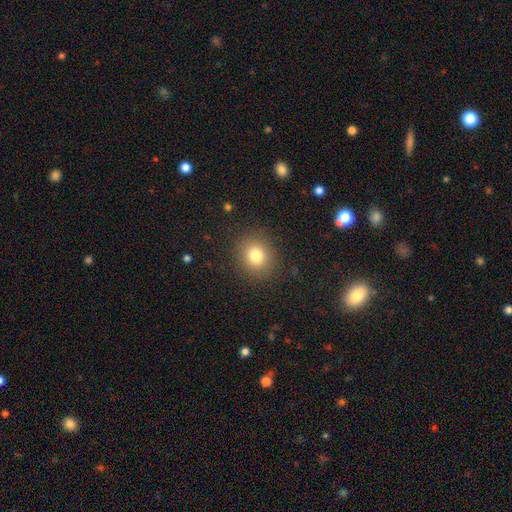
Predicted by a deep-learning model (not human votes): This appears to be a smooth galaxy with no disk features (80%) that is round (75%). Merging: none (87%).